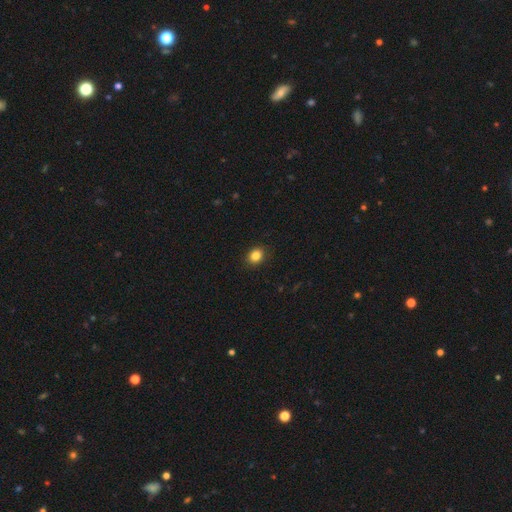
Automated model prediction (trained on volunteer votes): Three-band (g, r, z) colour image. It shows a smooth galaxy with no disk features (84%) that is round (57%). Merging: none (89%).